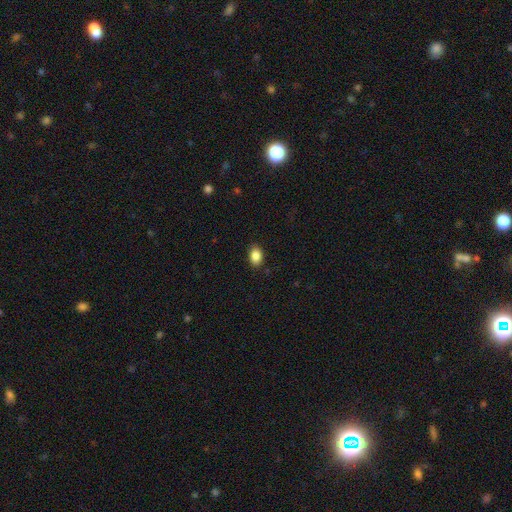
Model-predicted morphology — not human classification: type=smooth (88%); roundness=in between (82%); merging=none (88%).